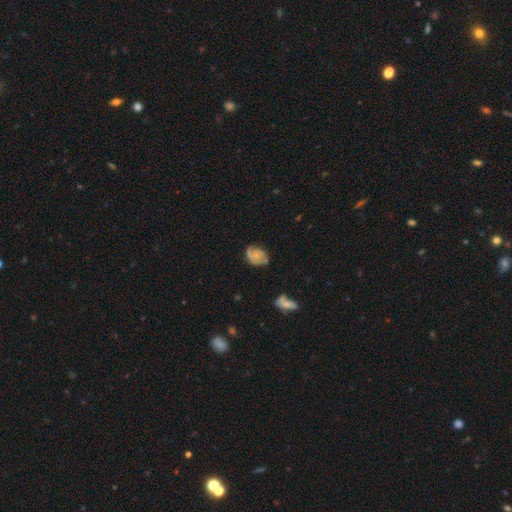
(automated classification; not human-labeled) The model was most divided on "smooth or featured": featured or disk: 60%, smooth: 33%, star or artifact: 8%. More confident: edge-on disk — no (97%); spiral arms — yes (85%); bar — no (75%); bulge size — small (60%); merging — none (60%).